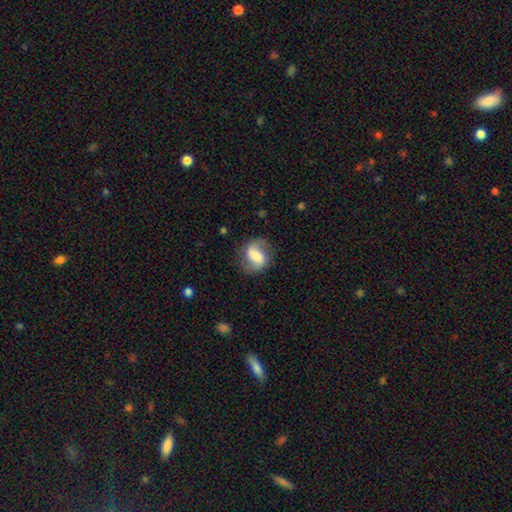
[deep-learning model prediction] smooth_or_featured: featured or disk (p=0.60) [alt: smooth p=0.32]
disk_edge_on: no (p=0.97) [alt: yes p=0.03]
bar: weak (p=0.42) [alt: strong p=0.34]
has_spiral_arms: yes (p=0.88) [alt: no p=0.12]
spiral_winding: loose (p=0.49) [alt: medium p=0.38]
spiral_arm_count: 2 (p=0.87) [alt: 1 p=0.06]
bulge_size: moderate (p=0.38) [alt: large p=0.24]
merging: none (p=0.74) [alt: minor disturbance p=0.17]